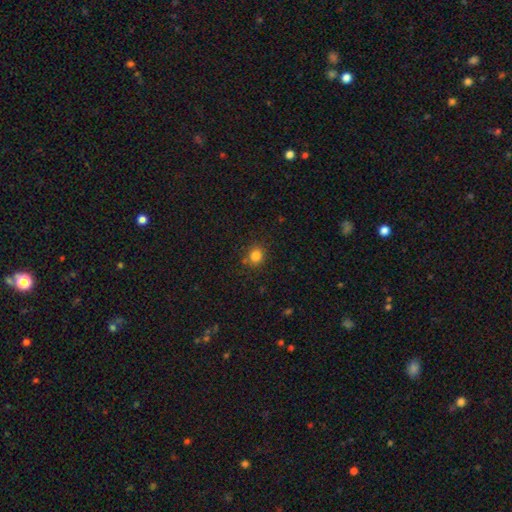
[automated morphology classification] smooth 82%, star or artifact 13%, featured or disk 5%. Down the decision tree: how rounded — round (79%); merging — none (84%).